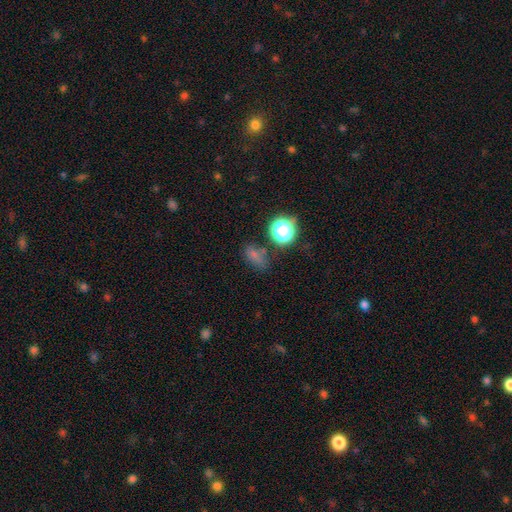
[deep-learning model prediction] The model was most divided on "smooth or featured": smooth: 66%, star or artifact: 26%, featured or disk: 8%. More confident: how rounded — in between (68%); merging — none (66%).